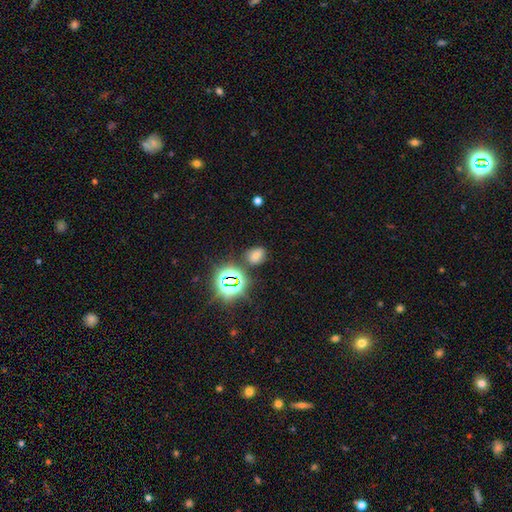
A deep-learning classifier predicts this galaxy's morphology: smooth_or_featured: smooth (p=0.59) [alt: star or artifact p=0.31]
how_rounded: in between (p=0.54) [alt: round p=0.44]
merging: none (p=0.79) [alt: minor disturbance p=0.12]